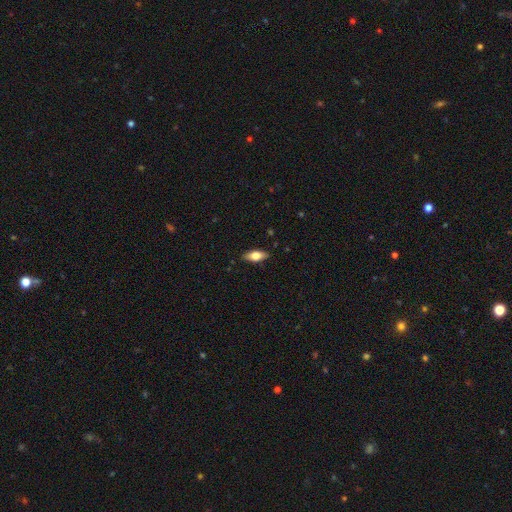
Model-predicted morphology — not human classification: Smooth or featured? Predicted: smooth (p=0.63). How rounded? Predicted: in between (p=0.79). Merging? Predicted: none (p=0.87).